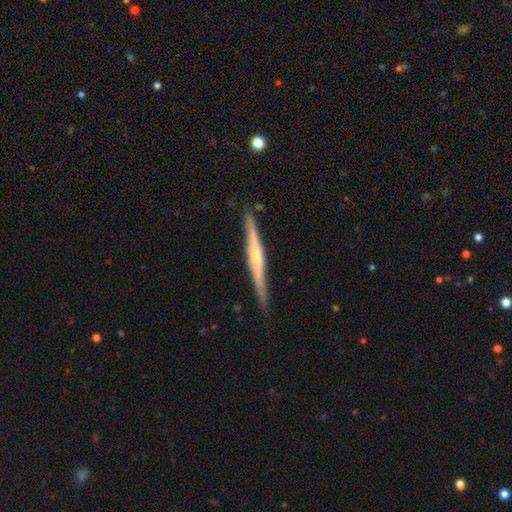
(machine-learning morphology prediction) The model was most divided on "edge-on bulge": rounded: 61%, none: 29%, boxy: 10%. More confident: edge-on disk — yes (97%); merging — none (87%); smooth or featured — featured or disk (70%).